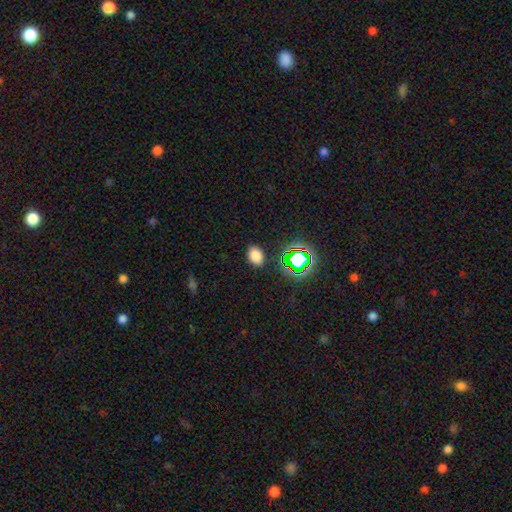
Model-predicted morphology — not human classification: Smooth or featured? Predicted: smooth (p=0.76). How rounded? Predicted: in between (p=0.76). Merging? Predicted: none (p=0.87).